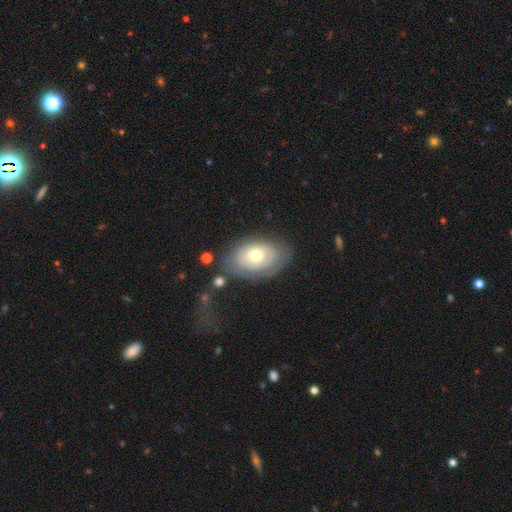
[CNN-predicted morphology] This is possibly a smooth galaxy (49%). Merging: likely none (63%).